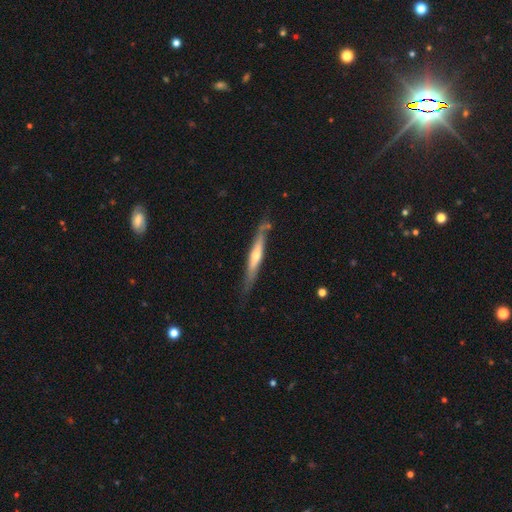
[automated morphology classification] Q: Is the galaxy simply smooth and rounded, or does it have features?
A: featured or disk — 64%.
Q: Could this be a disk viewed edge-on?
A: yes — 90%.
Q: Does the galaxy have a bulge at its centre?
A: rounded — 73%.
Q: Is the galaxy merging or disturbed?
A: none — 73%.